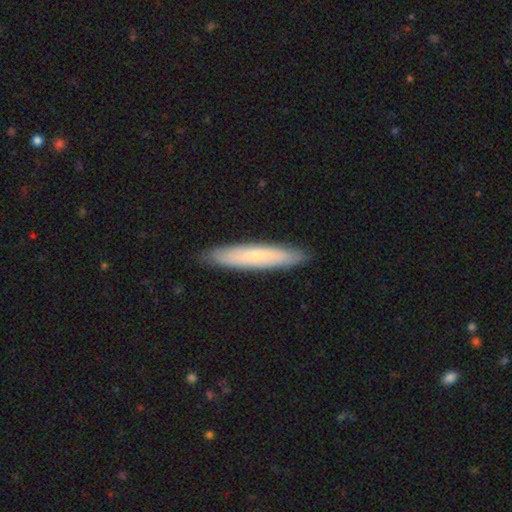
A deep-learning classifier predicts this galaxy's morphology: Smooth or featured? Predicted: smooth (p=0.65). How rounded? Predicted: cigar-shaped (p=0.90). Merging? Predicted: none (p=0.90).